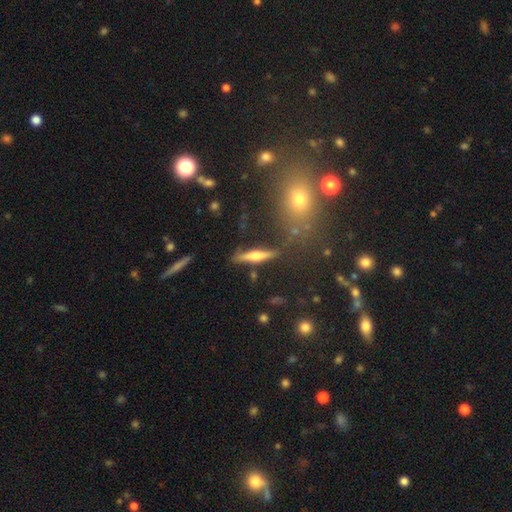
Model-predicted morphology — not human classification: Smooth or featured?
  - featured or disk: 59% *
  - smooth: 34%
  - star or artifact: 7%
Edge-on disk?
  - yes: 95% *
  - no: 5%
Edge-on bulge?
  - rounded: 88% *
  - boxy: 7%
  - none: 5%
Merging?
  - none: 82% *
  - minor disturbance: 10%
  - merger: 4%
  - major disturbance: 3%